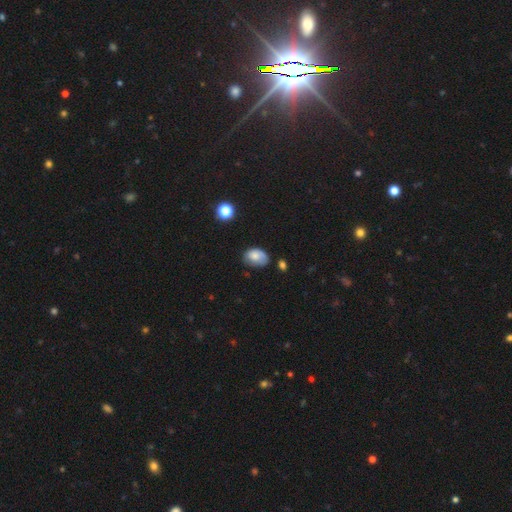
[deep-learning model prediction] smooth_or_featured: smooth (p=0.74) [alt: featured or disk p=0.17]
how_rounded: in between (p=0.78) [alt: round p=0.21]
merging: none (p=0.52) [alt: minor disturbance p=0.34]